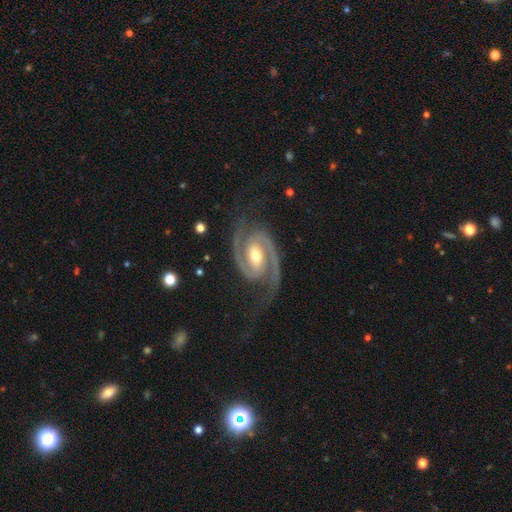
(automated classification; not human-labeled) This is clearly a featured or disk galaxy (94%). It is clearly not viewed edge-on (98%). Bar: marginally weak (38%). Spiral arm pattern: clearly yes (99%). Spiral arm count: clearly 2 (94%). Spiral winding: possibly medium (50%). Central bulge: likely moderate (72%). Merging: likely none (76%).